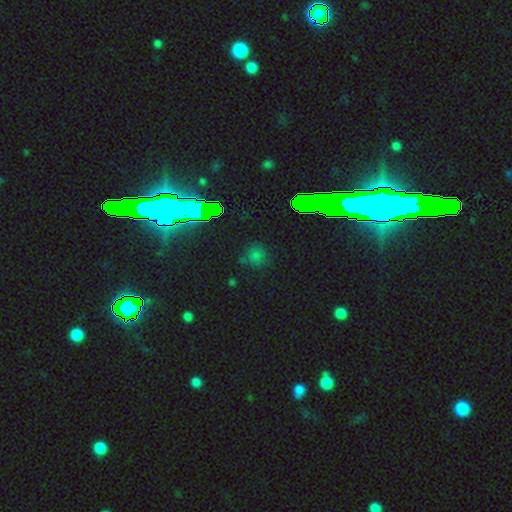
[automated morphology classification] Overall: smooth (48%; star or artifact 43%). Merging: none (78%).